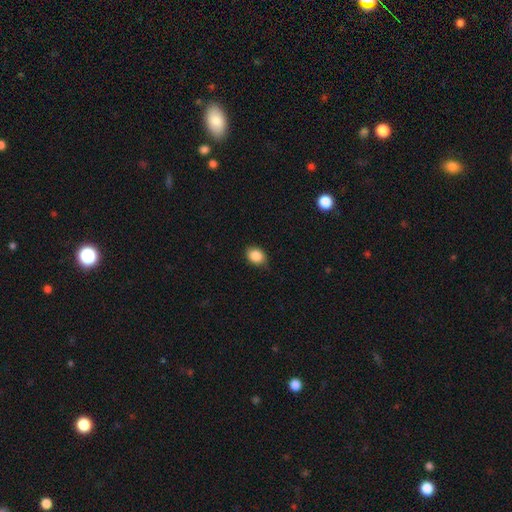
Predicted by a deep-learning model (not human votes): Smooth or featured? Predicted: smooth (p=0.88). How rounded? Predicted: in between (p=0.62). Merging? Predicted: none (p=0.83).